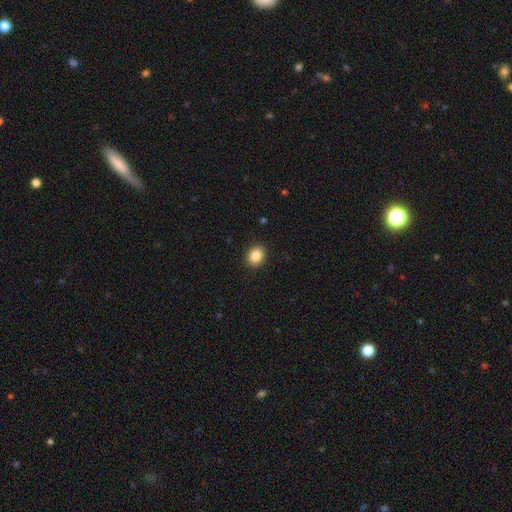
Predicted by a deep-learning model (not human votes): The model was most divided on "how rounded": round: 54%, in between: 45%, cigar-shaped: 1%. More confident: merging — none (90%); smooth or featured — smooth (86%).